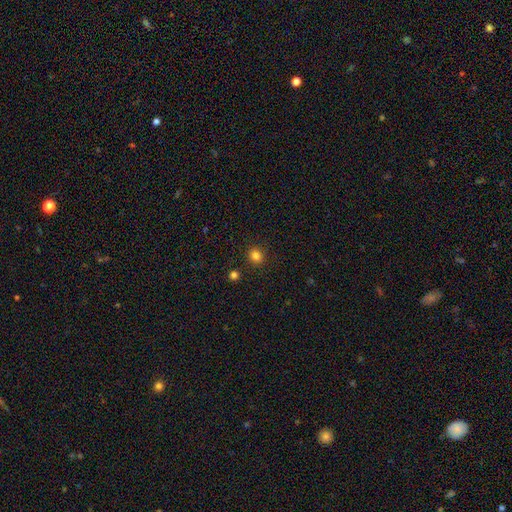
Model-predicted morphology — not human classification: Smooth or featured? Predicted: smooth (p=0.82). How rounded? Predicted: round (p=0.87). Merging? Predicted: none (p=0.90).